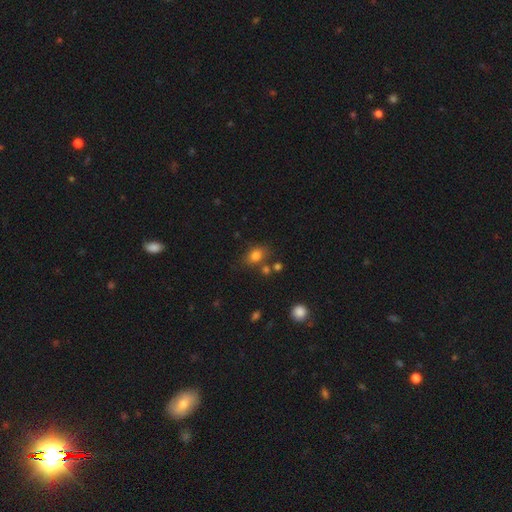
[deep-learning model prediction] A smooth galaxy with no disk features (79%) that is in between round and cigar-shaped (62%). Merging: none (68%).